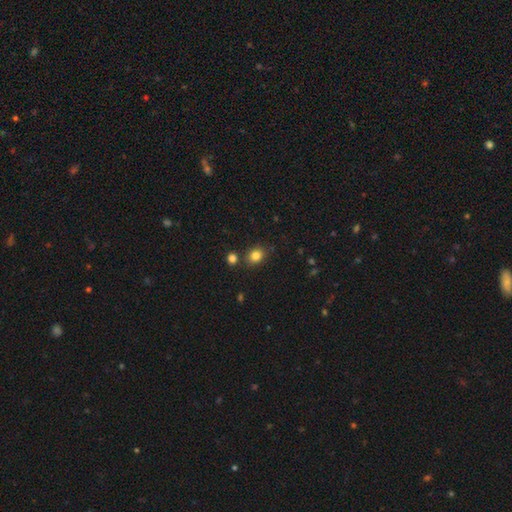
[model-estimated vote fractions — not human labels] Morphology: type=smooth (82%); roundness=round (57%); merging=none (78%).